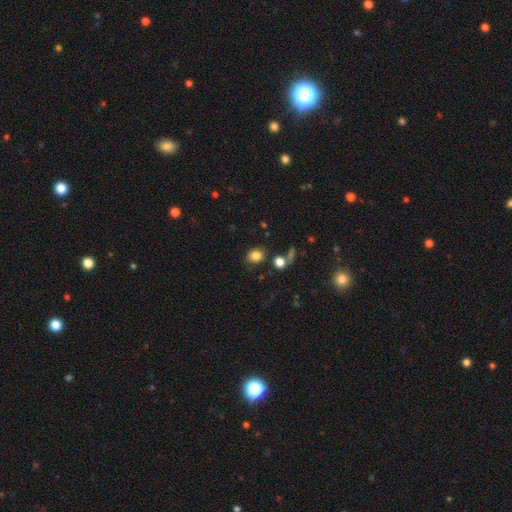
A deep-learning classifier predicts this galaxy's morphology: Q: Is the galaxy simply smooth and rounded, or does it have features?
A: smooth — 83%.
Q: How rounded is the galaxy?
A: round — 58%.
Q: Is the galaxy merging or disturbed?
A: none — 75%.